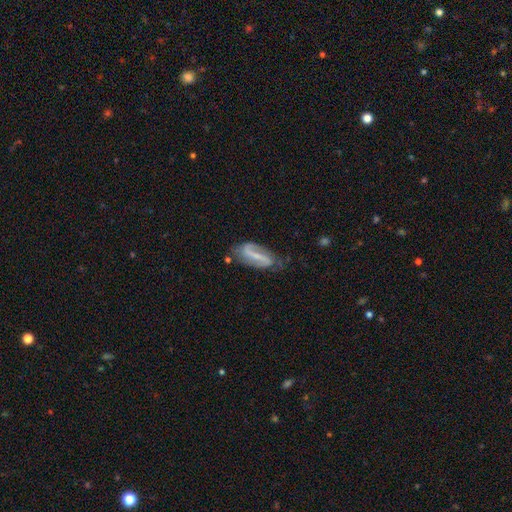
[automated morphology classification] A featured or disk galaxy (81%) with a strong bar (54%), 2 (89%) loose (50%) spiral arms (92%) and a small central bulge (60%). Merging: none (70%).